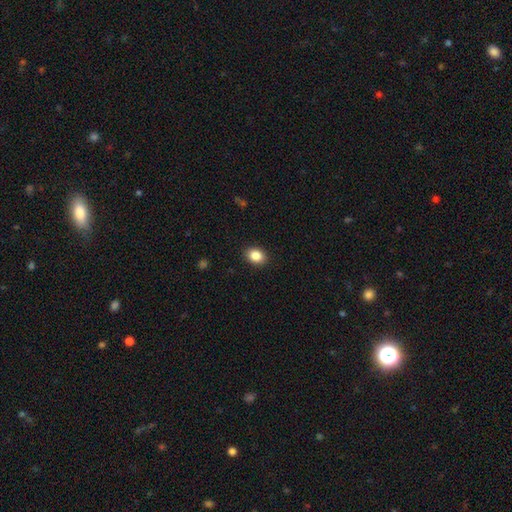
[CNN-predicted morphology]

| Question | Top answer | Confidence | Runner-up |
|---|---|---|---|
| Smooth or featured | smooth | 86% | star or artifact (9%) |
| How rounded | in between | 66% | round (33%) |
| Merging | none | 90% | minor disturbance (7%) |